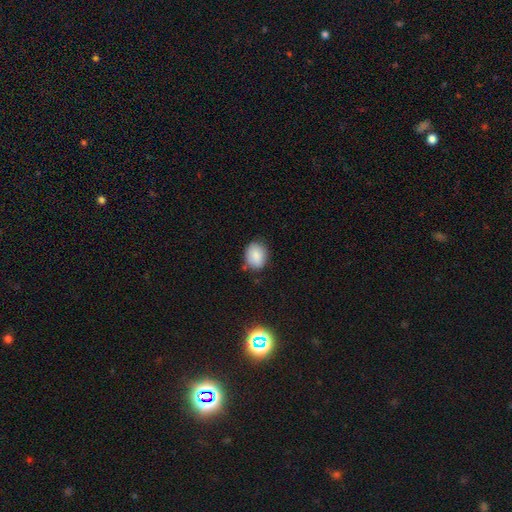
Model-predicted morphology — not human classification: Smooth or featured? smooth (85%)
How rounded? in between (56%)
Merging? none (76%)